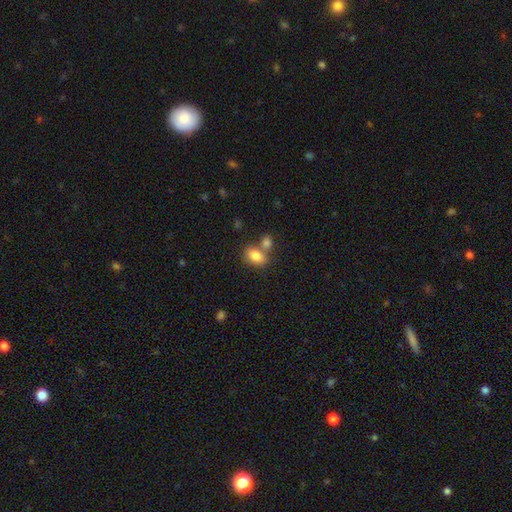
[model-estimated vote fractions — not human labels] A smooth galaxy with no disk features (83%) that is in between round and cigar-shaped (80%).

Vote fractions:
- Smooth or featured? smooth: 83% / star or artifact: 9% / featured or disk: 9%
- How rounded? in between: 80% / round: 19% / cigar-shaped: 1%
- Merging? none: 49% / merger: 36% / minor disturbance: 11% / major disturbance: 4%